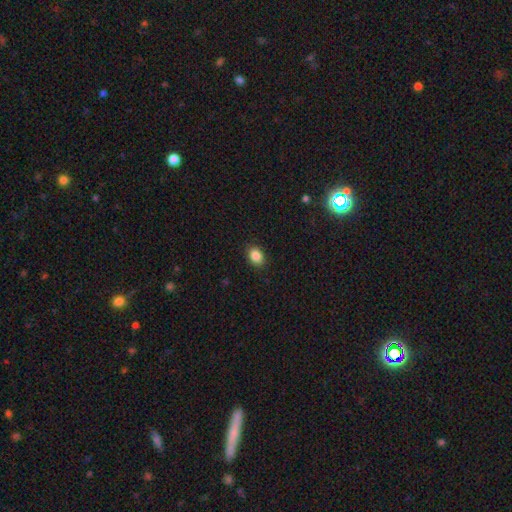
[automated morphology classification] A smooth galaxy with no disk features (87%) that is in between round and cigar-shaped (66%). Merging: none (89%).